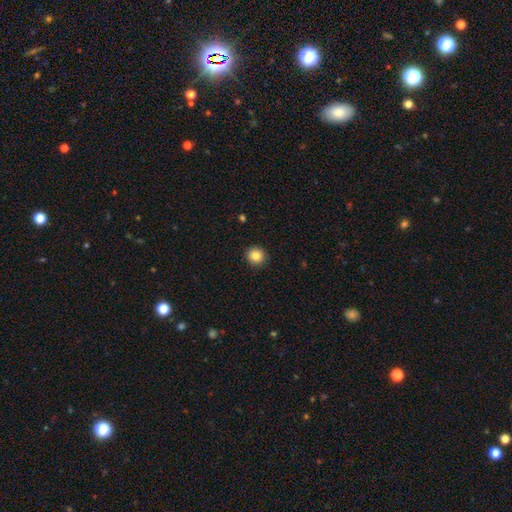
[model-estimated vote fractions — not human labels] Smooth or featured? smooth (85%)
How rounded? round (94%)
Merging? none (92%)